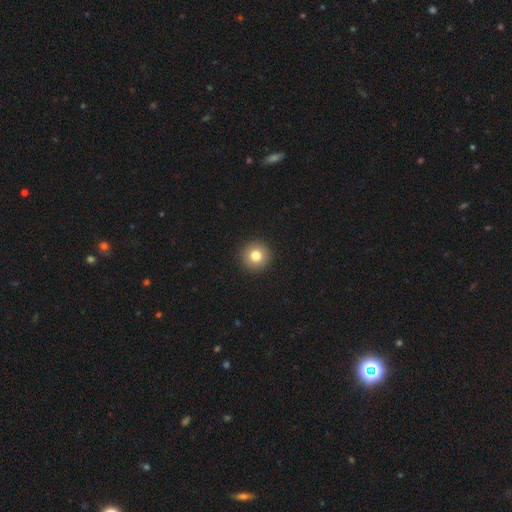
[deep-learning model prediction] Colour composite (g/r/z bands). It shows a smooth galaxy with no disk features (80%) that is round (95%). Merging: none (94%).